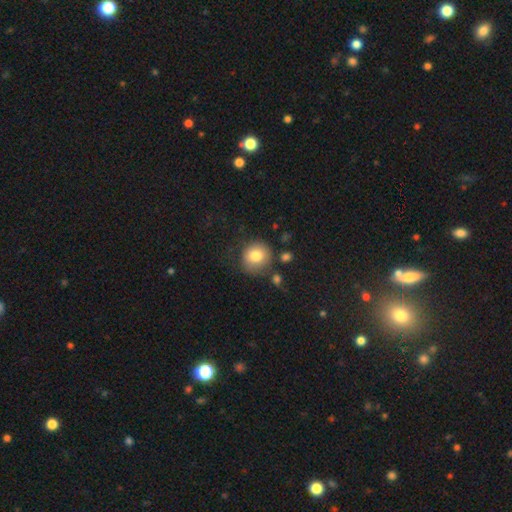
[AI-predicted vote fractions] This is likely a smooth galaxy (80%). How rounded: clearly round (88%). Merging: likely none (72%).